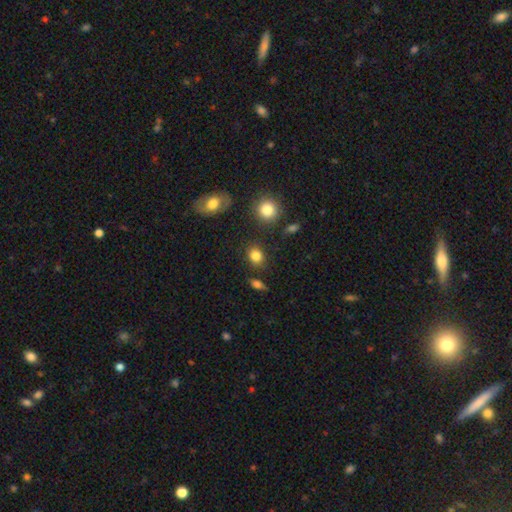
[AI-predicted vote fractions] smooth-or-featured: smooth: 82% | star or artifact: 11% | featured or disk: 7%
  how-rounded: round: 53% | in between: 45% | cigar-shaped: 1%
  merging: none: 81% | minor disturbance: 12% | merger: 4% | major disturbance: 3%